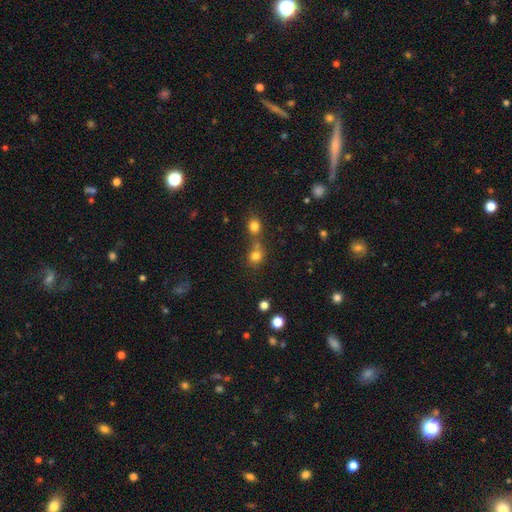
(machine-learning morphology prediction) smooth-or-featured: smooth: 77% | star or artifact: 16% | featured or disk: 7%
  how-rounded: round: 83% | in between: 16% | cigar-shaped: 1%
  merging: none: 51% | merger: 37% | minor disturbance: 8% | major disturbance: 4%